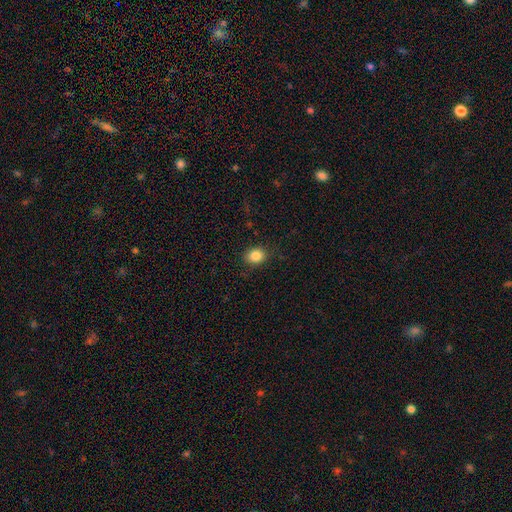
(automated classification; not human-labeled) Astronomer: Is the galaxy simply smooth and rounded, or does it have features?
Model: smooth — 85%.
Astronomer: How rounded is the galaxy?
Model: round — 54% (runner-up: in between, 45%).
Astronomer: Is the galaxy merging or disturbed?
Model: none — 86%.